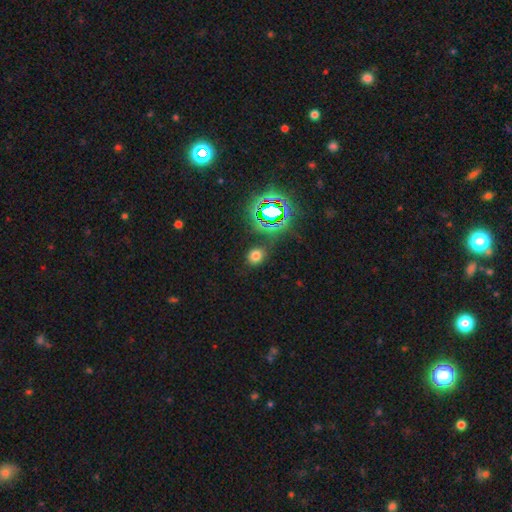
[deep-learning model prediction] This is likely a smooth galaxy (67%). How rounded: likely round (72%). Merging: clearly none (81%).